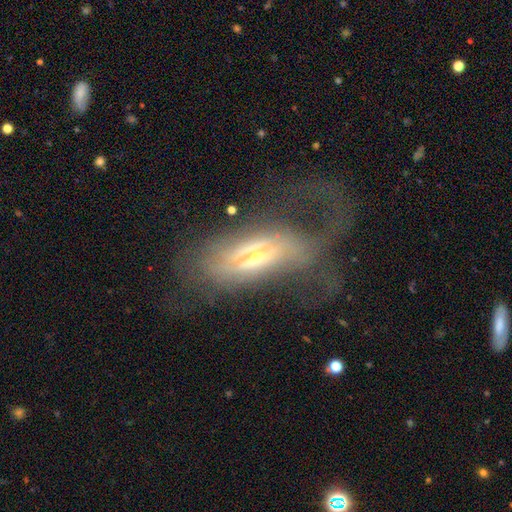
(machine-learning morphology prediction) featured or disk 62%, smooth 28%, star or artifact 10%. Down the decision tree: edge-on disk — no (76%); merging — major disturbance (58%).